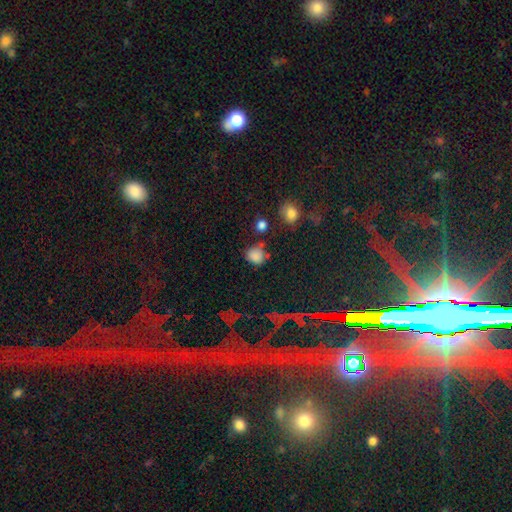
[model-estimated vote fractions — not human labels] smooth 81%, star or artifact 13%, featured or disk 6%. Down the decision tree: how rounded — round (78%); merging — none (60%).